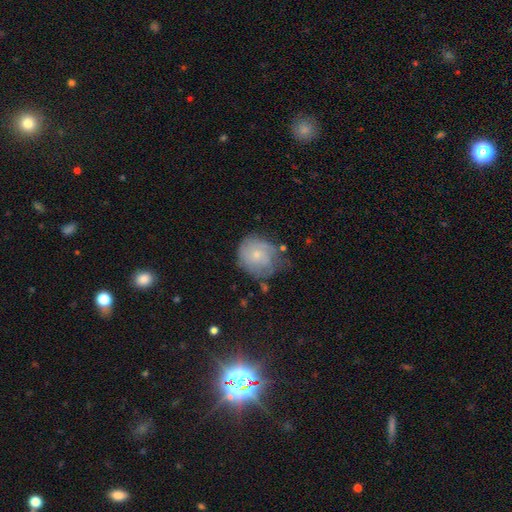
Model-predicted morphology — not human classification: Smooth or featured? Predicted: smooth (p=0.50). How rounded? Predicted: round (p=0.77). Merging? Predicted: none (p=0.50).